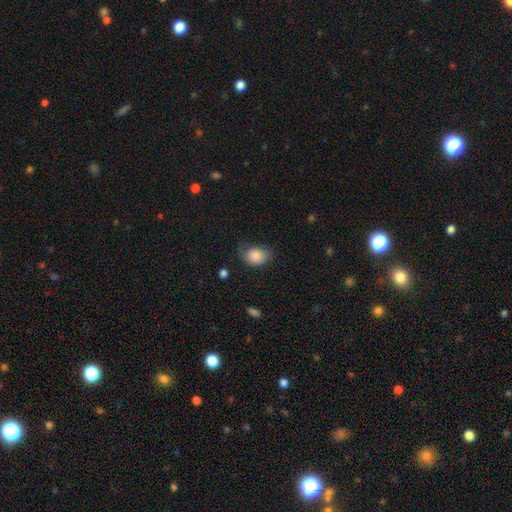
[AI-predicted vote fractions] A smooth galaxy with no disk features (84%) that is in between round and cigar-shaped (61%). Merging: none (55%).